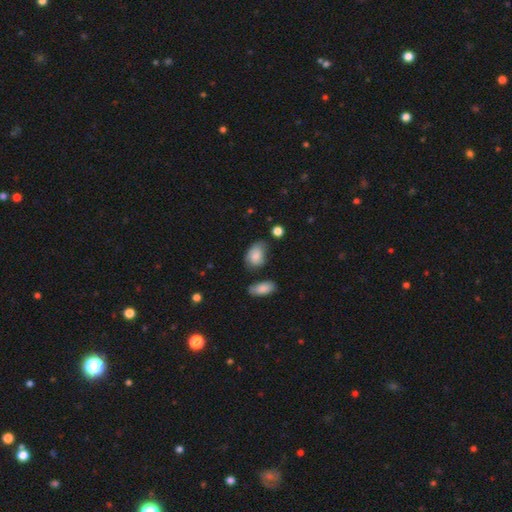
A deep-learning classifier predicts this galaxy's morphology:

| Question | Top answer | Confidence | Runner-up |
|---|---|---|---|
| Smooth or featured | smooth | 81% | featured or disk (11%) |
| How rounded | in between | 85% | round (14%) |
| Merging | none | 50% | minor disturbance (35%) |